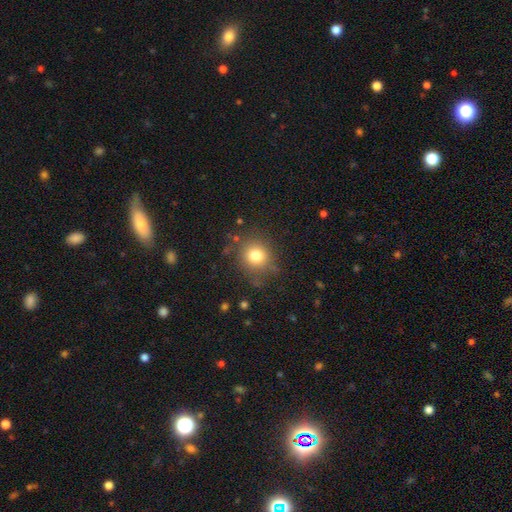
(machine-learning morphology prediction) A smooth galaxy with no disk features (78%) that is round (86%).

Vote fractions:
- Smooth or featured? smooth: 78% / star or artifact: 13% / featured or disk: 9%
- How rounded? round: 86% / in between: 13% / cigar-shaped: 1%
- Merging? none: 79% / minor disturbance: 13% / major disturbance: 5% / merger: 2%